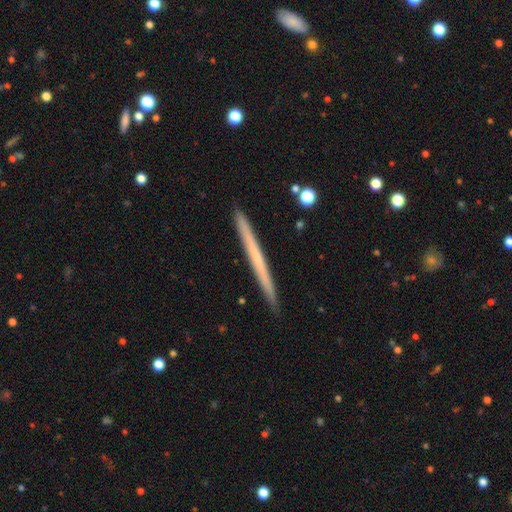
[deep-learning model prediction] smooth_or_featured: smooth (p=0.48) [alt: featured or disk p=0.46]
merging: none (p=0.92) [alt: minor disturbance p=0.06]